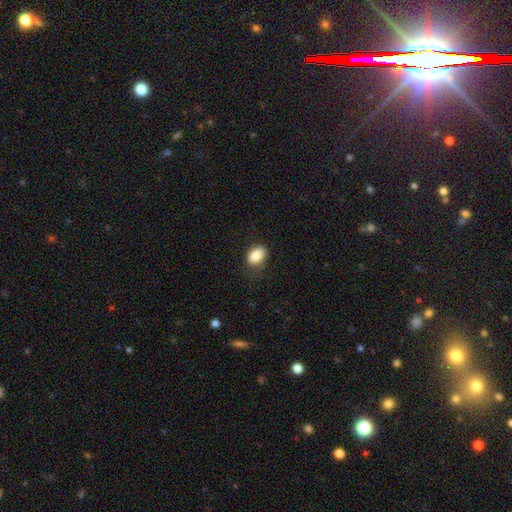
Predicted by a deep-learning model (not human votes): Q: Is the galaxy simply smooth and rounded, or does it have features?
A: smooth — 86%.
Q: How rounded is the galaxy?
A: in between — 76%.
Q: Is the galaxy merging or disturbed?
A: none — 73%.